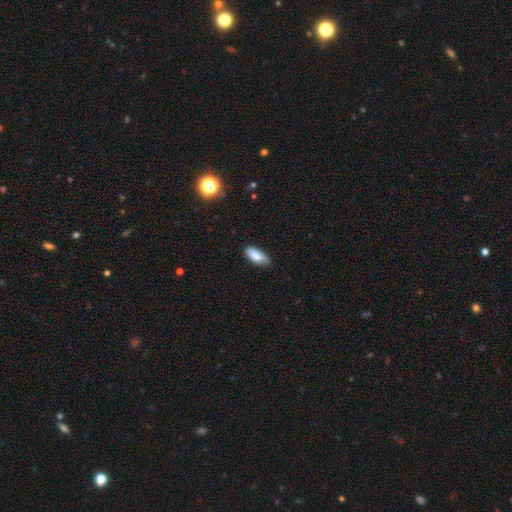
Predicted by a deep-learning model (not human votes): A smooth galaxy with no disk features (83%) that is in between round and cigar-shaped (85%).

Vote fractions:
- Smooth or featured? smooth: 83% / featured or disk: 11% / star or artifact: 7%
- How rounded? in between: 85% / cigar-shaped: 13% / round: 2%
- Merging? none: 78% / minor disturbance: 18% / major disturbance: 3% / merger: 1%